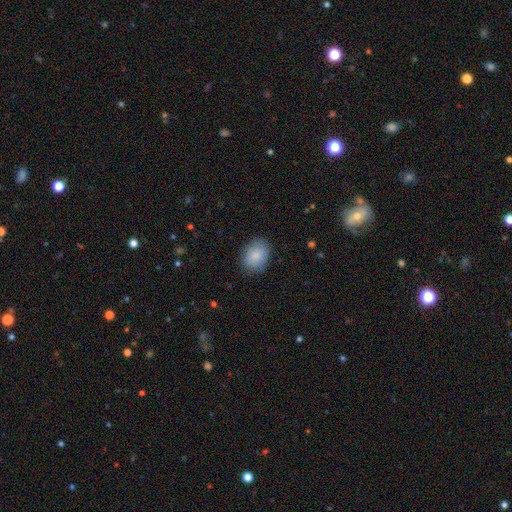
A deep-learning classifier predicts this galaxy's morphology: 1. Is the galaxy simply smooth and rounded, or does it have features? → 86% smooth, 7% featured or disk, 7% star or artifact.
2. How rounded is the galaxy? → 61% in between, 38% round, 1% cigar-shaped.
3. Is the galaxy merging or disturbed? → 82% none, 14% minor disturbance, 3% major disturbance, 1% merger.